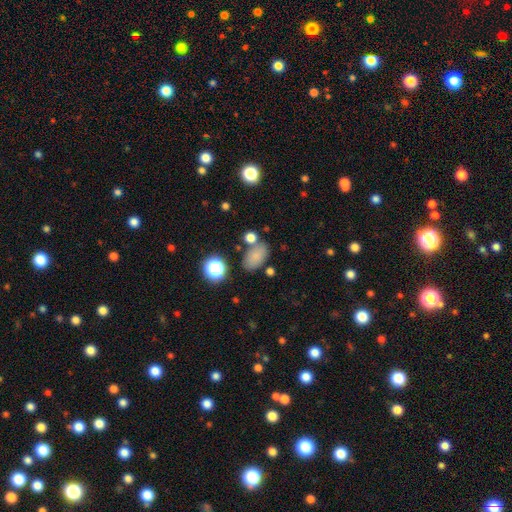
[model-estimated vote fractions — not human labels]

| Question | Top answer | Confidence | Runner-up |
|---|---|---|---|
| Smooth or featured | smooth | 78% | star or artifact (14%) |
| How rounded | in between | 87% | round (11%) |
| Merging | none | 69% | minor disturbance (15%) |